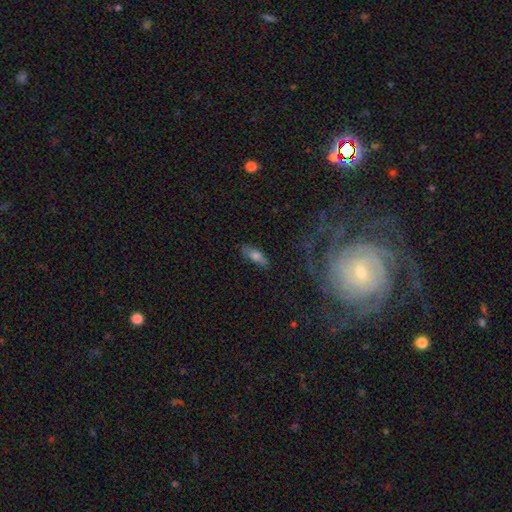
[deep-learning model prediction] Overall: smooth (65%; featured or disk 27%). How rounded: in between (61%; cigar-shaped 36%). Merging: none (79%).